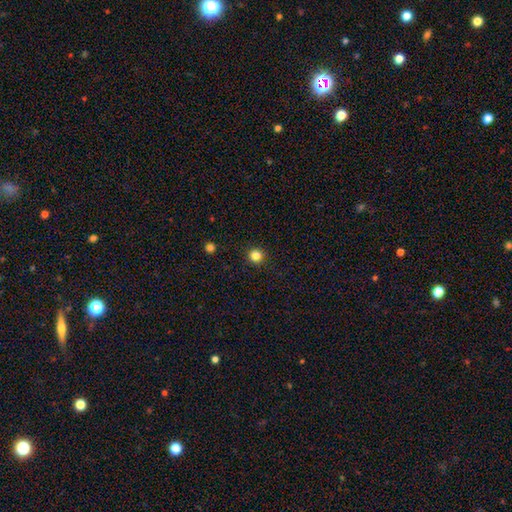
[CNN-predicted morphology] Overall: smooth (83%). How rounded: round (96%). Merging: none (93%).